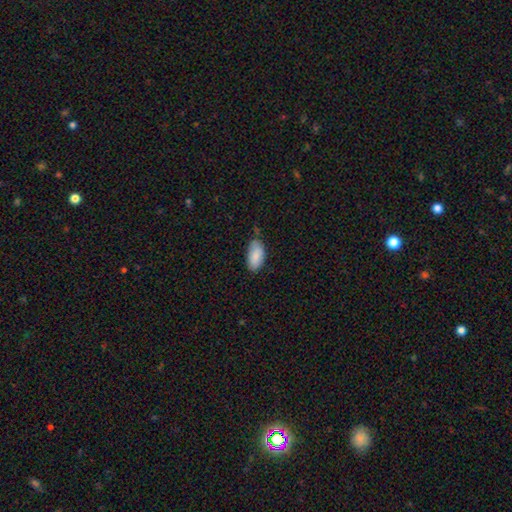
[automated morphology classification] The model was most divided on "merging": none: 66%, minor disturbance: 27%, major disturbance: 4%, merger: 2%. More confident: how rounded — in between (94%); smooth or featured — smooth (85%).